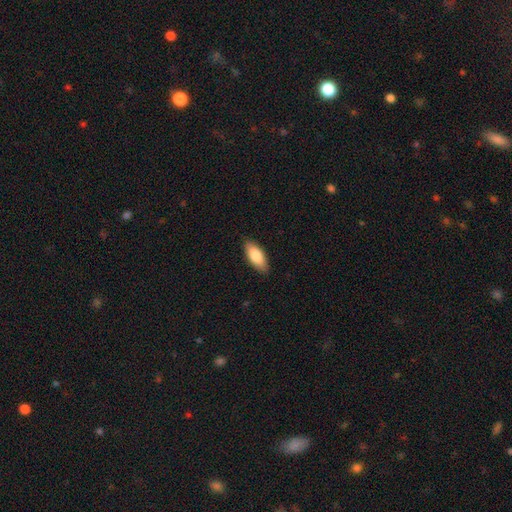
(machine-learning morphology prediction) Smooth or featured? Predicted: smooth (p=0.82). How rounded? Predicted: in between (p=0.81). Merging? Predicted: none (p=0.87).